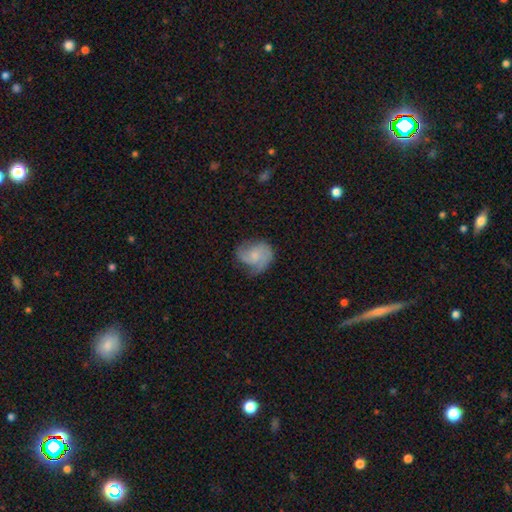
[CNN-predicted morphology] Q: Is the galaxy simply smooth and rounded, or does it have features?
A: featured or disk — 67%.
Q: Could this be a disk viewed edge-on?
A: no — 98%.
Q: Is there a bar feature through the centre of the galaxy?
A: no — 70%.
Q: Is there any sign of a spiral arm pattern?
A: yes — 93%.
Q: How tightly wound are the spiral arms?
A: medium — 46%.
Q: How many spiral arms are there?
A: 2 — 45%.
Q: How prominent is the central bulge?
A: small — 52%.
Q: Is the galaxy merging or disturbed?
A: none — 59%.